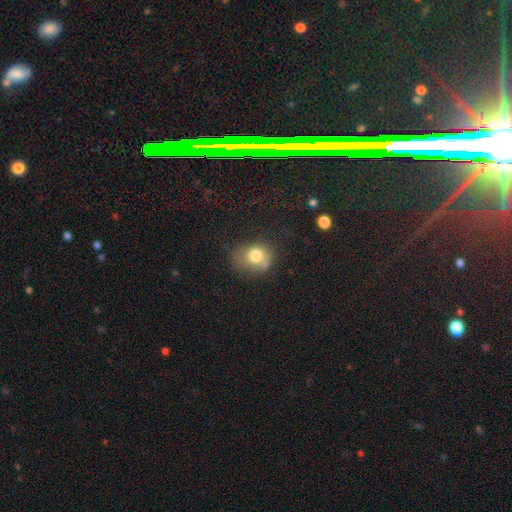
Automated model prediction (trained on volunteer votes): Q: Smooth or featured?
A: smooth (73%); runner-up: featured or disk (16%)
Q: How rounded?
A: round (53%); runner-up: in between (46%)
Q: Merging?
A: none (42%); runner-up: minor disturbance (32%)